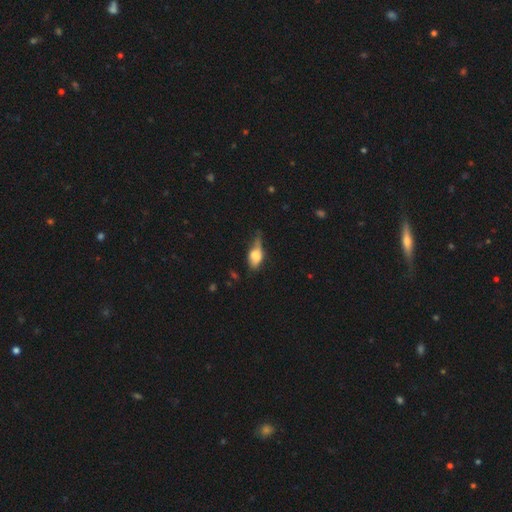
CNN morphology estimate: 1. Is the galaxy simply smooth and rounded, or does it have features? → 58% smooth, 32% featured or disk, 10% star or artifact.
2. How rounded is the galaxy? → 78% in between, 14% cigar-shaped, 8% round.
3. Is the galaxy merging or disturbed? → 36% minor disturbance, 31% none, 25% major disturbance, 8% merger.